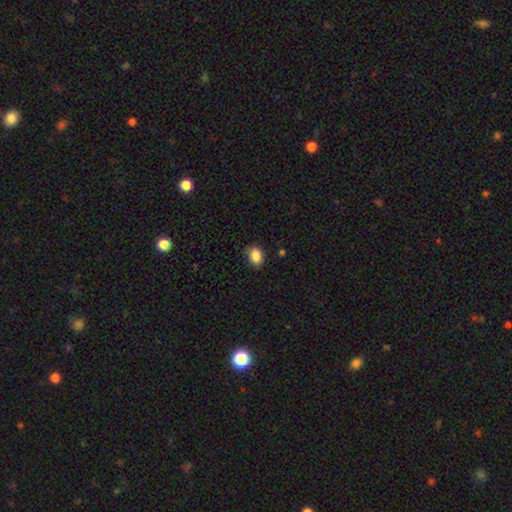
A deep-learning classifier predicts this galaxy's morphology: Smooth or featured?
  - smooth: 87% *
  - star or artifact: 9%
  - featured or disk: 4%
How rounded?
  - in between: 73% *
  - round: 26%
  - cigar-shaped: 1%
Merging?
  - none: 73% *
  - minor disturbance: 21%
  - major disturbance: 4%
  - merger: 1%